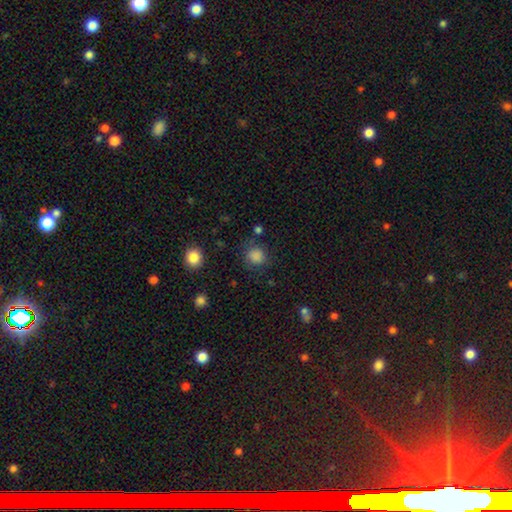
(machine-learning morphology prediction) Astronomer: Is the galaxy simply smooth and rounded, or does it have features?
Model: smooth — 83%.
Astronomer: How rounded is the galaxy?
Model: round — 87%.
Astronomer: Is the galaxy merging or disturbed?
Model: none — 77%.